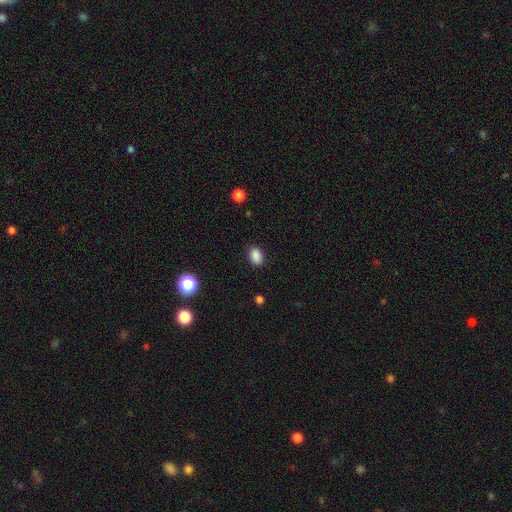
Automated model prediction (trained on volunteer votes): Smooth or featured?
  - smooth: 88% *
  - star or artifact: 10%
  - featured or disk: 3%
How rounded?
  - in between: 77% *
  - round: 21%
  - cigar-shaped: 1%
Merging?
  - none: 88% *
  - minor disturbance: 9%
  - major disturbance: 2%
  - merger: 1%